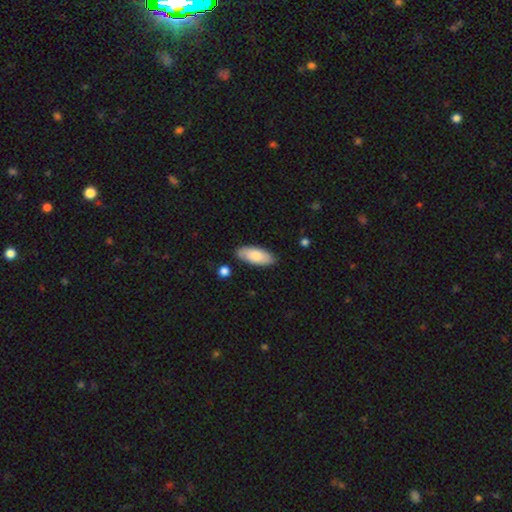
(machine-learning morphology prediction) Overall: smooth (78%). How rounded: in between (87%). Merging: none (83%).